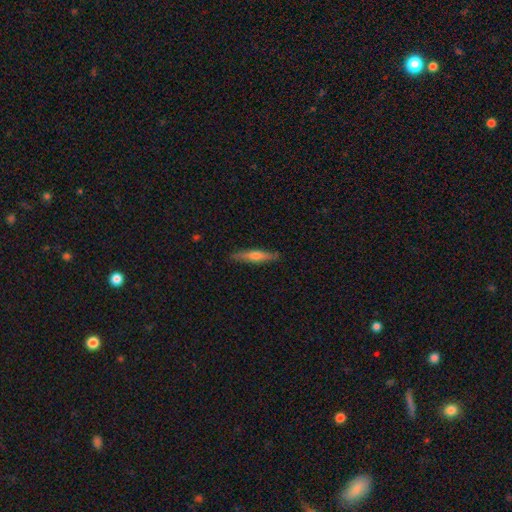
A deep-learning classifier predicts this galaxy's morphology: Smooth or featured: smooth — 51% (featured or disk — 44%)
How rounded: cigar-shaped — 88% (in between — 10%)
Merging: none — 88% (minor disturbance — 9%)